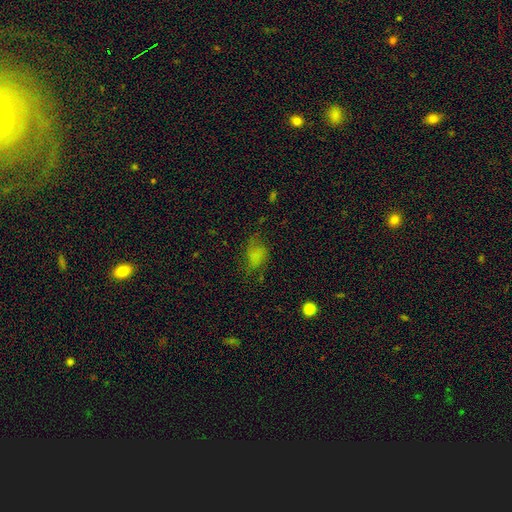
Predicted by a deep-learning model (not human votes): This appears to be a smooth galaxy with no disk features (63%) that is in between round and cigar-shaped (76%). Merging: none (47%).